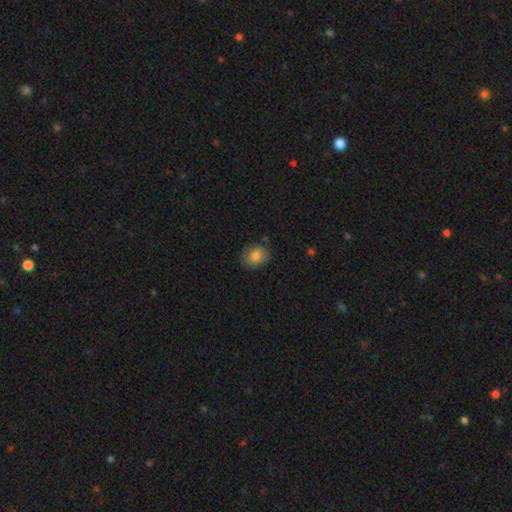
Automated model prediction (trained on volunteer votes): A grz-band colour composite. It shows a smooth galaxy with no disk features (82%) that is in between round and cigar-shaped (56%). Merging: none (77%).